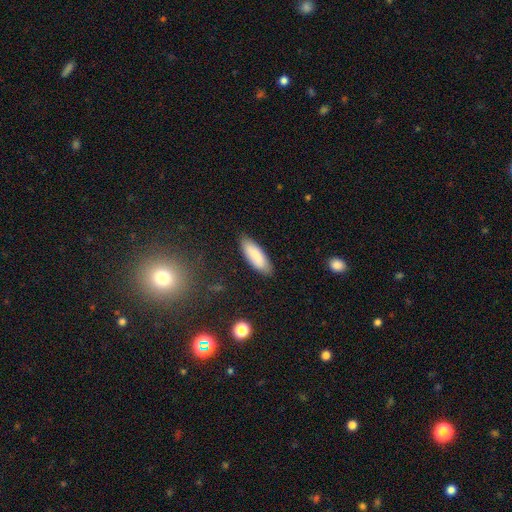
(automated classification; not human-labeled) The model was most divided on "how rounded": in between: 65%, cigar-shaped: 33%, round: 2%. More confident: smooth or featured — smooth (84%); merging — none (84%).